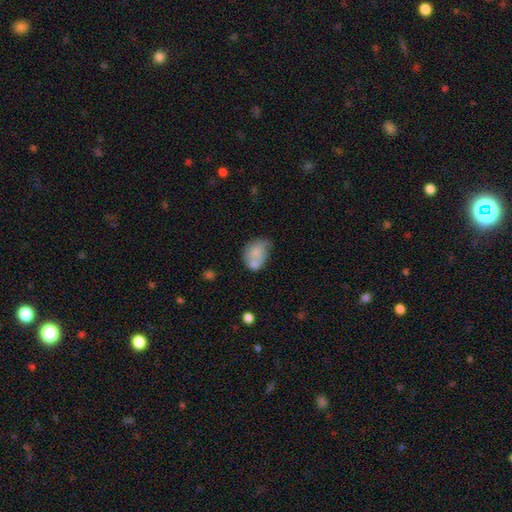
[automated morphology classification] type=smooth (69%); roundness=in between (69%); merging=merger (36%).